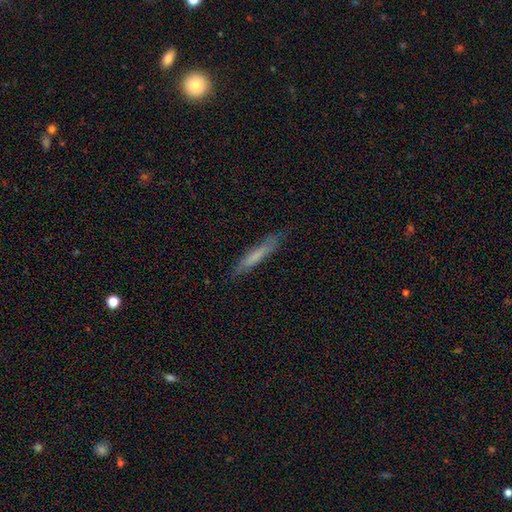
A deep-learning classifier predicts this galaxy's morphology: Smooth or featured? smooth (61%)
How rounded? cigar-shaped (92%)
Merging? none (79%)